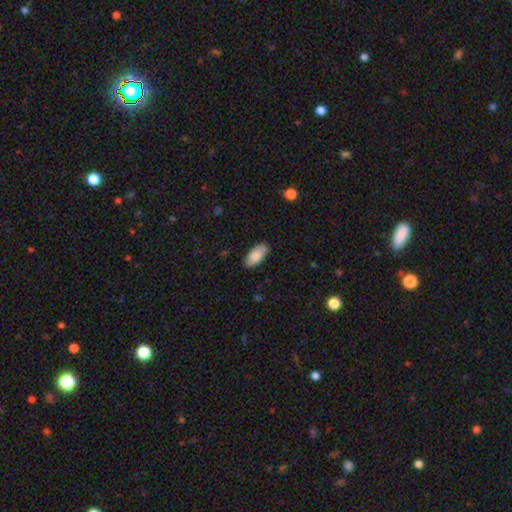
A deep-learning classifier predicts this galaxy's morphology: A smooth galaxy with no disk features (84%) that is in between round and cigar-shaped (92%).

Vote fractions:
- Smooth or featured? smooth: 84% / featured or disk: 10% / star or artifact: 6%
- How rounded? in between: 92% / cigar-shaped: 6% / round: 2%
- Merging? none: 84% / minor disturbance: 13% / major disturbance: 2% / merger: 1%